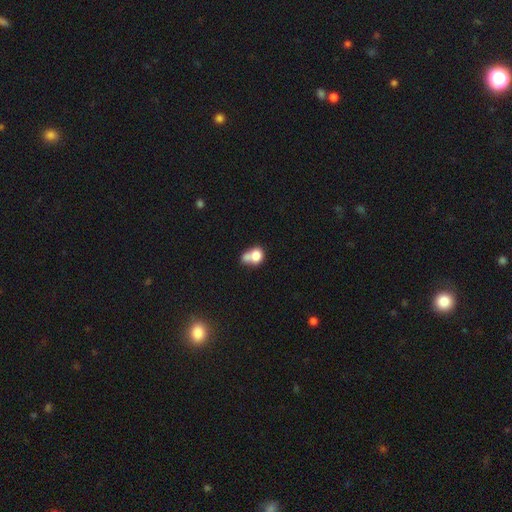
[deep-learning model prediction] A smooth galaxy with no disk features (74%) that is round (54%). Merging: merger (54%).